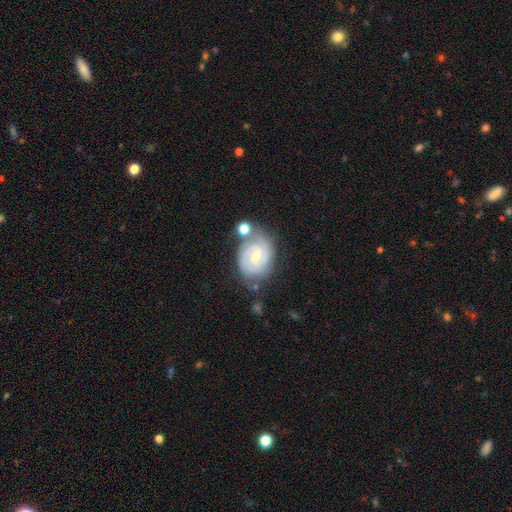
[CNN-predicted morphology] A featured or disk galaxy (84%) with a weak bar (50%), 2 (65%) tight (66%) spiral arms (96%) and a small central bulge (52%). Merging: none (64%).